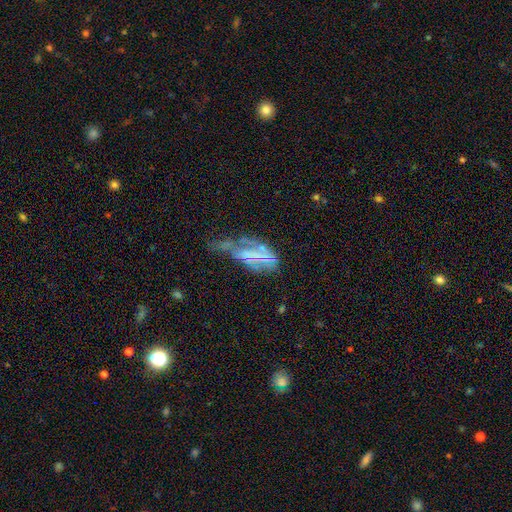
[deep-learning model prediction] A featured or disk galaxy (53%). Merging: major disturbance (43%).